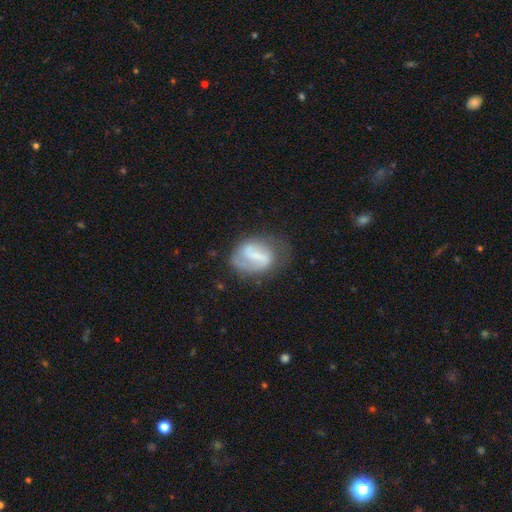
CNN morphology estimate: smooth-or-featured: featured or disk: 61% | smooth: 31% | star or artifact: 8%
  disk-edge-on: no: 97% | yes: 3%
    bar: strong: 43% | weak: 39% | no: 18%
    has-spiral-arms: yes: 75% | no: 25%
    bulge-size: none: 42% | small: 30% | moderate: 19% | large: 7% | dominant: 2%
  merging: none: 48% | minor disturbance: 27% | major disturbance: 21% | merger: 3%